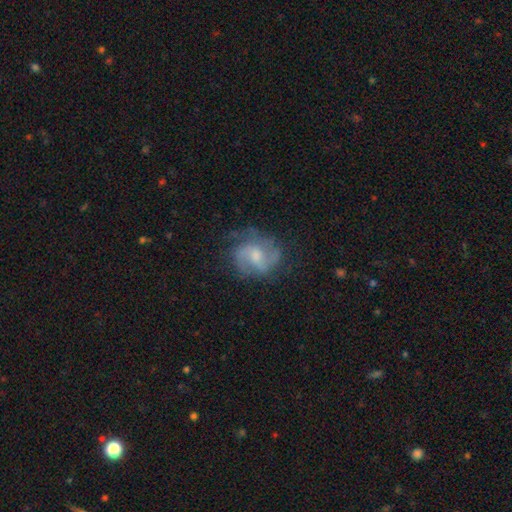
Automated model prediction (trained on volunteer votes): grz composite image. It shows a featured or disk galaxy (74%) with a weak bar (49%), 2 (61%) medium (51%) spiral arms (91%) and a moderate central bulge (46%). Merging: none (66%).